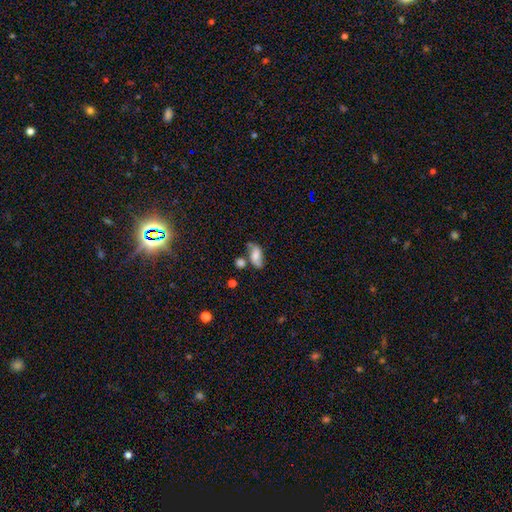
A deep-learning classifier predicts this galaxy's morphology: A smooth galaxy with no disk features (51%) that is in between round and cigar-shaped (87%). Merging: none (51%).